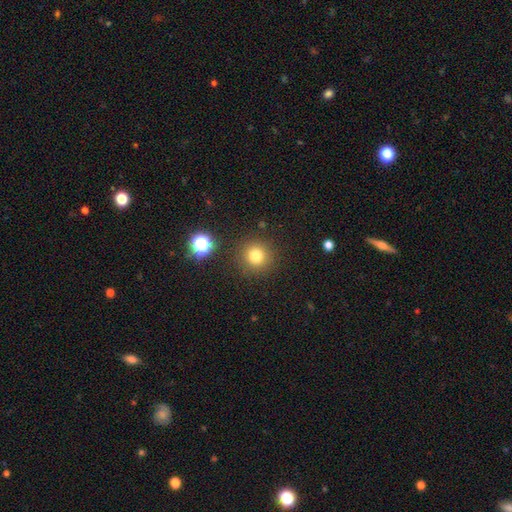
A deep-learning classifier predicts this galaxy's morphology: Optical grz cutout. It shows a smooth galaxy with no disk features (77%) that is round (94%). Merging: none (88%).